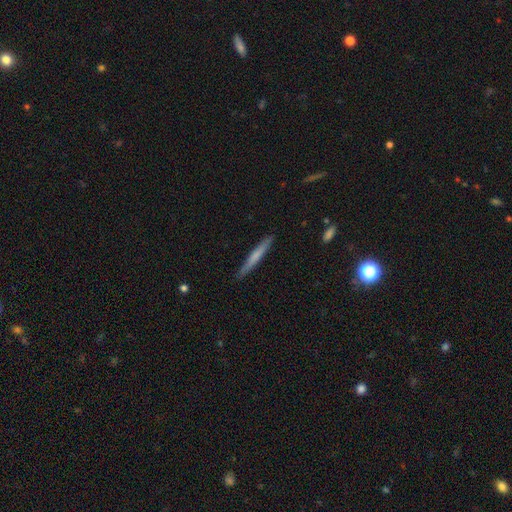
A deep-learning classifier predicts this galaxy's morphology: A smooth galaxy with no disk features (59%) that is cigar-shaped (96%).

Vote fractions:
- Smooth or featured? smooth: 59% / featured or disk: 36% / star or artifact: 5%
- How rounded? cigar-shaped: 96% / in between: 2% / round: 1%
- Merging? none: 89% / minor disturbance: 8% / major disturbance: 1% / merger: 1%